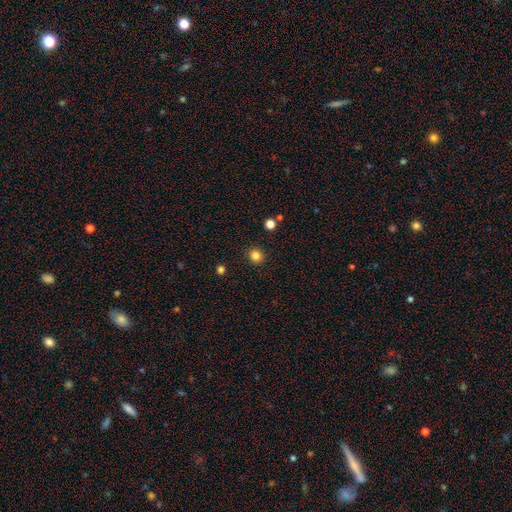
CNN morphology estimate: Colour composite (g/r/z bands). It shows a smooth galaxy with no disk features (83%) that is round (92%). Merging: none (92%).